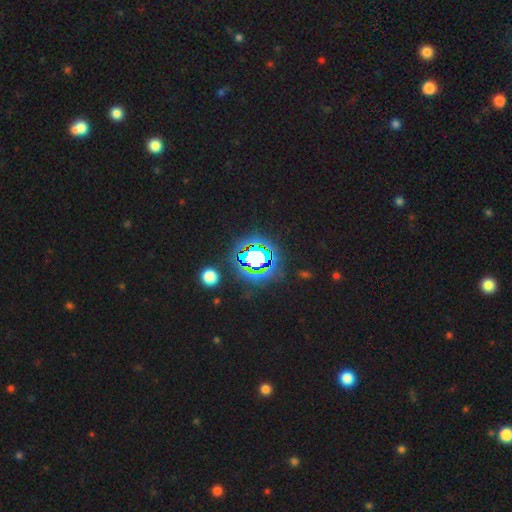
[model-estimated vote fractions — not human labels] Overall: star or artifact (69%).